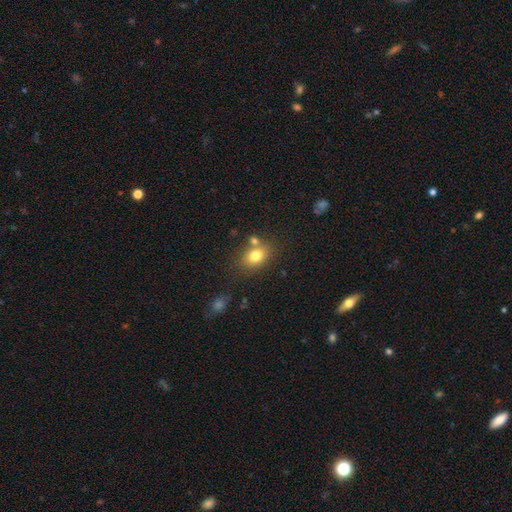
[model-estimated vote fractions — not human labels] This is likely a smooth galaxy (78%). How rounded: likely in between (71%). Merging: likely none (66%).